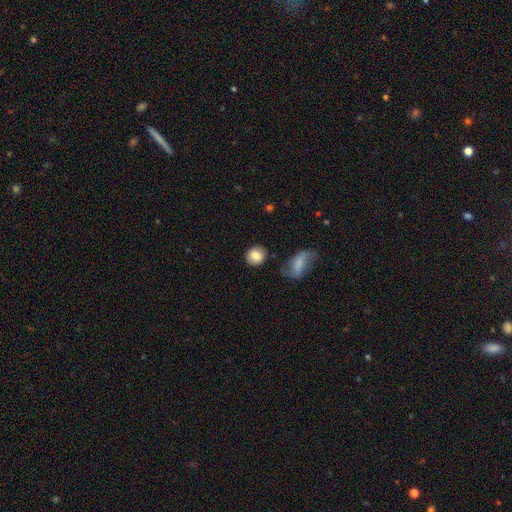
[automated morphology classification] smooth 82%, featured or disk 10%, star or artifact 8%. Down the decision tree: how rounded — round (76%); merging — none (79%).